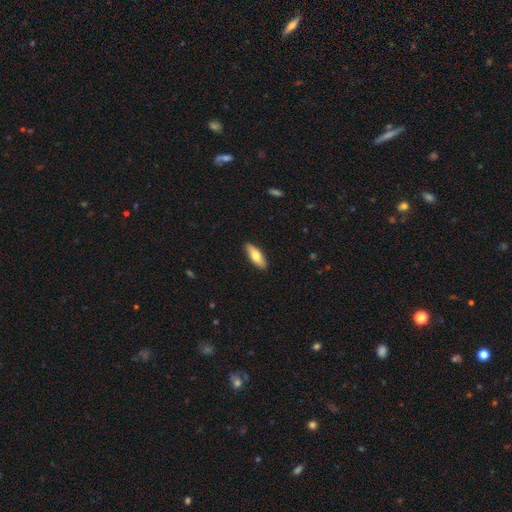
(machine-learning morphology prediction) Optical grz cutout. It shows a smooth galaxy with no disk features (69%) that is in between round and cigar-shaped (60%). Merging: none (88%).